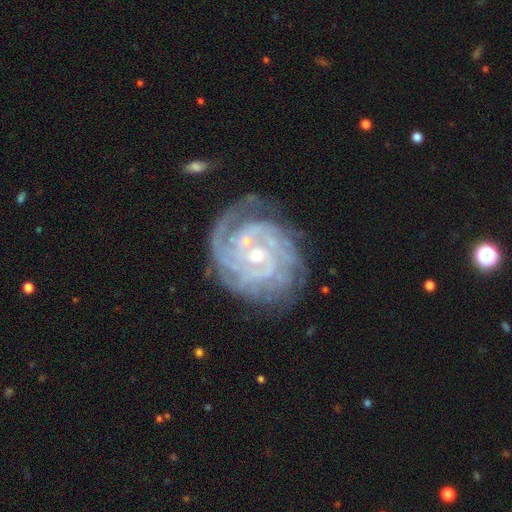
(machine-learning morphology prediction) smooth-or-featured: featured or disk: 89% | star or artifact: 6% | smooth: 5%
  disk-edge-on: no: 97% | yes: 3%
    bar: no: 63% | weak: 28% | strong: 9%
    has-spiral-arms: yes: 97% | no: 3%
      spiral-winding: tight: 79% | medium: 18% | loose: 3%
      spiral-arm-count: can't tell: 26% | 3: 21% | 4: 19% | 2: 16% | more than 4: 11% | 1: 7%
    bulge-size: small: 63% | moderate: 33% | large: 2% | none: 2% | dominant: 1%
  merging: none: 66% | minor disturbance: 18% | major disturbance: 9% | merger: 7%